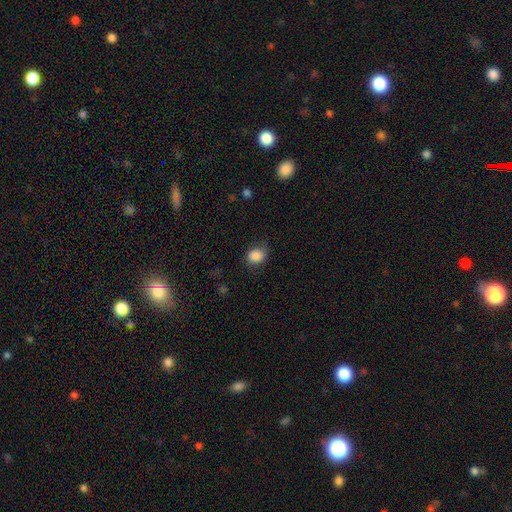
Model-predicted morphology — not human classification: smooth-or-featured: smooth: 85% | star or artifact: 8% | featured or disk: 7%
  how-rounded: round: 54% | in between: 45% | cigar-shaped: 1%
  merging: none: 66% | minor disturbance: 25% | major disturbance: 8% | merger: 1%